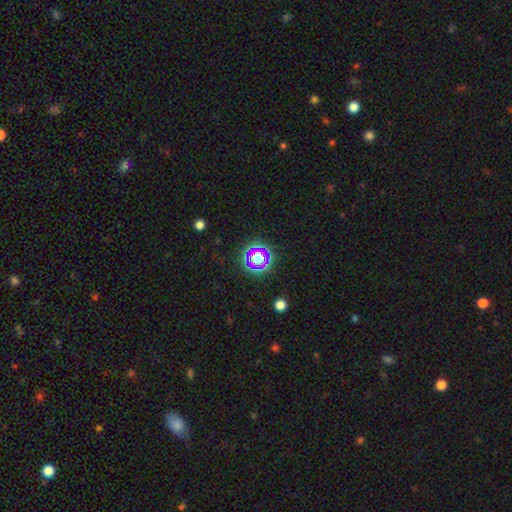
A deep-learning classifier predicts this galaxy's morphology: Smooth or featured?
  - star or artifact: 64% *
  - smooth: 22%
  - featured or disk: 13%